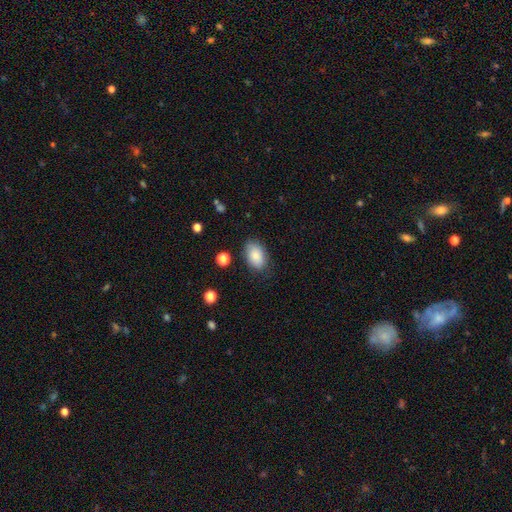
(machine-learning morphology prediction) The model was most divided on "merging": none: 76%, minor disturbance: 18%, major disturbance: 4%, merger: 2%. More confident: how rounded — in between (89%); smooth or featured — smooth (81%).